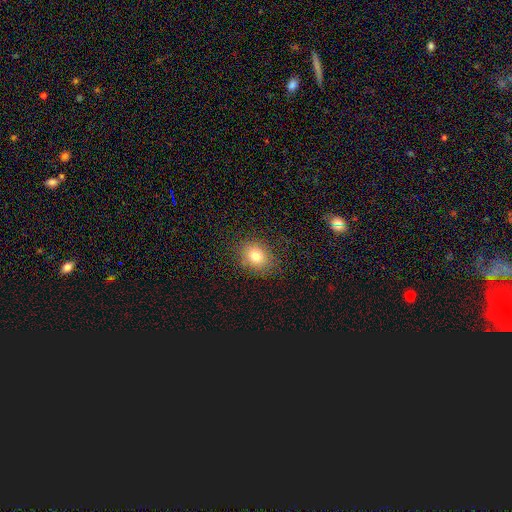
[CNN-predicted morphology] Smooth or featured? Predicted: smooth (p=0.79). How rounded? Predicted: round (p=0.55). Merging? Predicted: none (p=0.84).